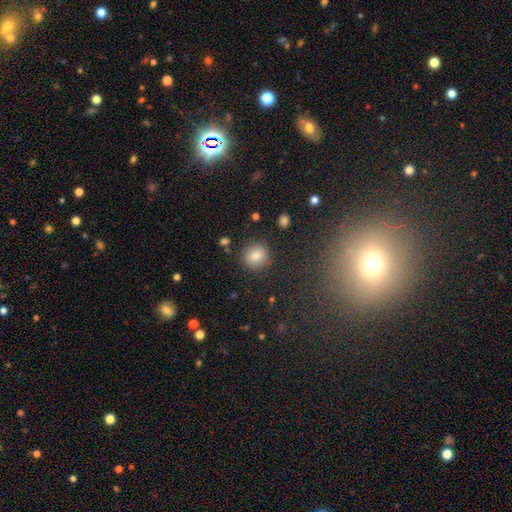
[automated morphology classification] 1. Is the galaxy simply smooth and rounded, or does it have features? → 80% smooth, 12% star or artifact, 8% featured or disk.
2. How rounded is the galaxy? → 87% round, 12% in between, 1% cigar-shaped.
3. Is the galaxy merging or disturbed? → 88% none, 7% minor disturbance, 3% major disturbance, 2% merger.